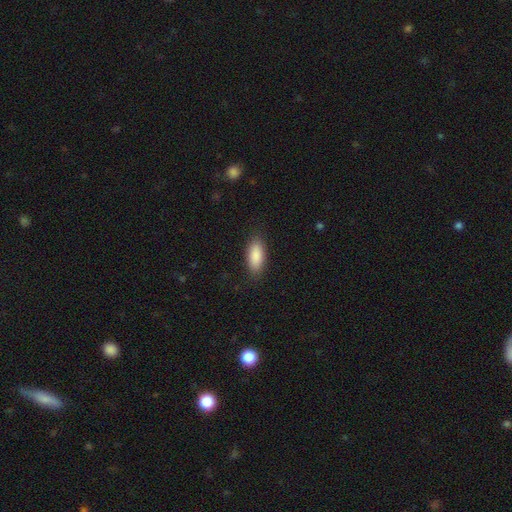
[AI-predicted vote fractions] Smooth or featured? smooth (89%)
How rounded? in between (83%)
Merging? none (86%)